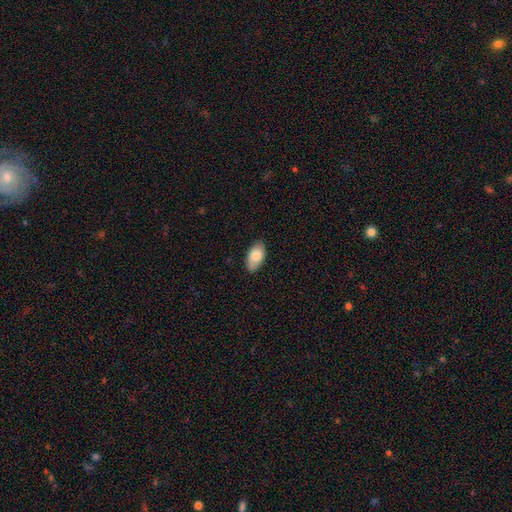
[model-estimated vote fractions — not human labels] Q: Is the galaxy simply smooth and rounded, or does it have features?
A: smooth — 81%.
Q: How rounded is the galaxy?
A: in between — 94%.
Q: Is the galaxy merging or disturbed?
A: none — 84%.